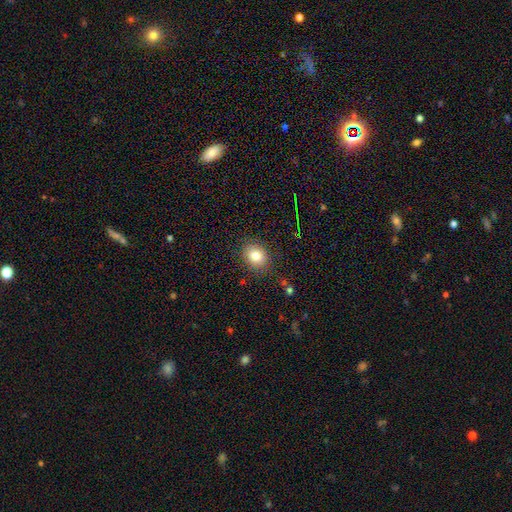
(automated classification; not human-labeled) Morphology: type=smooth (82%); roundness=round (57%); merging=none (85%).